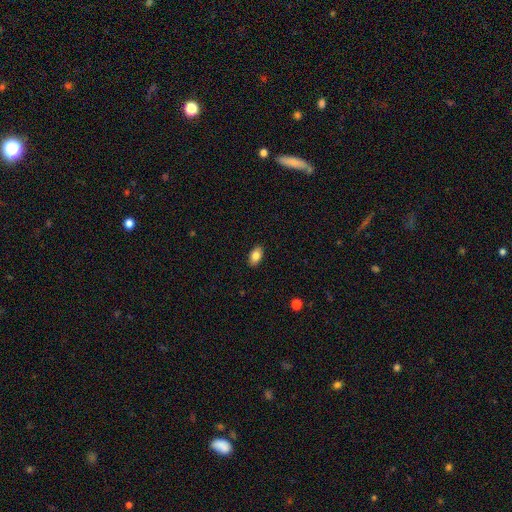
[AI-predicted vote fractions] Smooth or featured: smooth — 84% (featured or disk — 9%)
How rounded: in between — 92% (round — 6%)
Merging: none — 89% (minor disturbance — 8%)